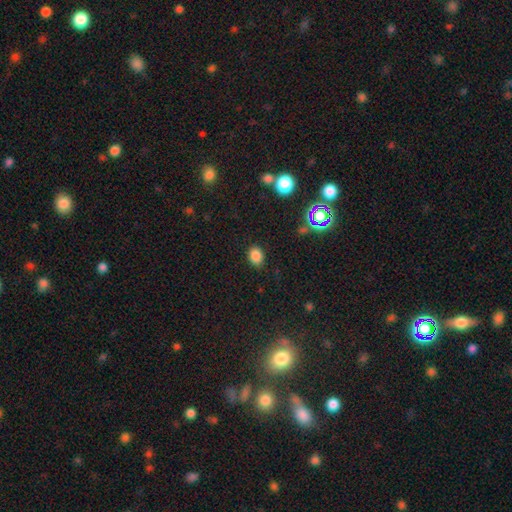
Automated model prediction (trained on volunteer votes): Overall: smooth (83%). How rounded: in between (62%; round 37%). Merging: none (86%).